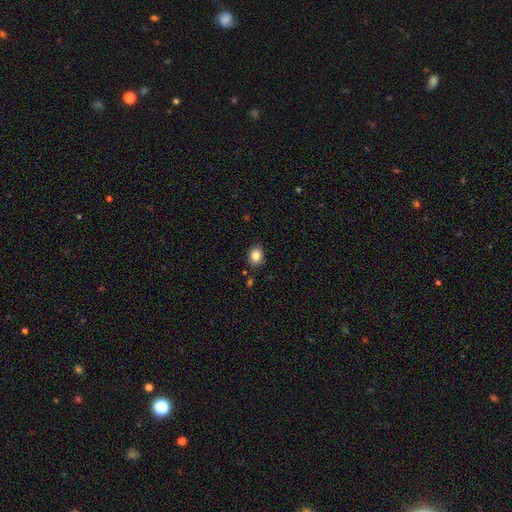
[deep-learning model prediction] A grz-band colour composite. It shows a smooth galaxy with no disk features (84%) that is in between round and cigar-shaped (54%). Merging: none (84%).